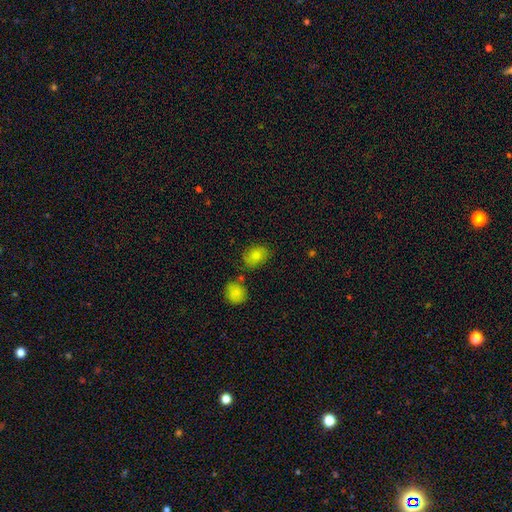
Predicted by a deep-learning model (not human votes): This is clearly a smooth galaxy (82%). How rounded: likely in between (67%). Merging: likely none (70%).